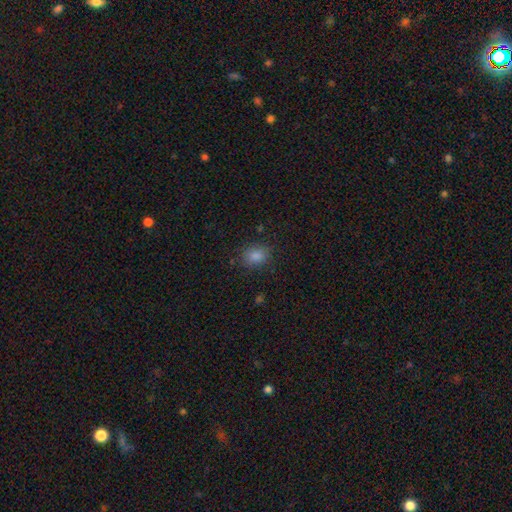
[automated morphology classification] smooth_or_featured: smooth (p=0.82) [alt: star or artifact p=0.13]
how_rounded: in between (p=0.54) [alt: round p=0.45]
merging: none (p=0.84) [alt: minor disturbance p=0.11]